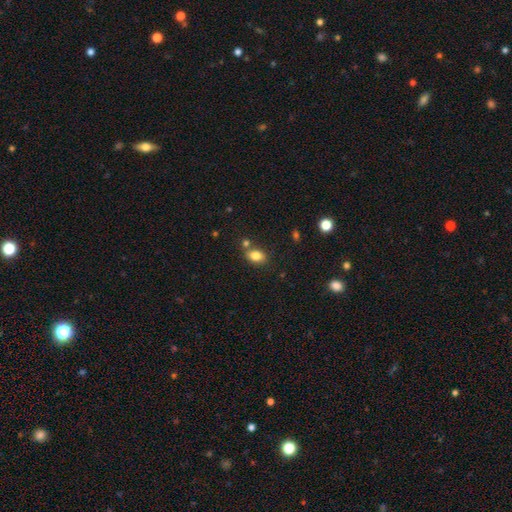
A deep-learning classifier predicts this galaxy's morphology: Smooth or featured? Predicted: smooth (p=0.82). How rounded? Predicted: in between (p=0.80). Merging? Predicted: none (p=0.67).